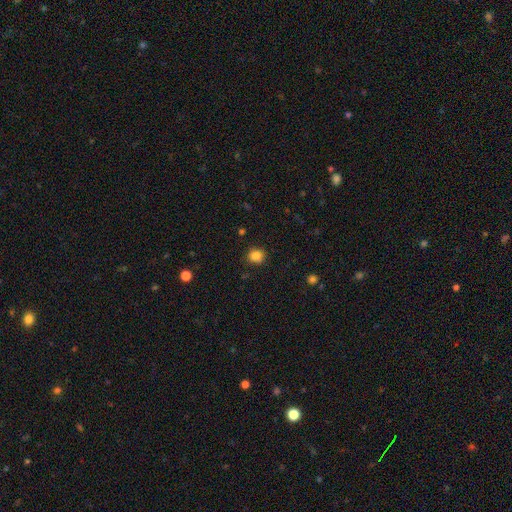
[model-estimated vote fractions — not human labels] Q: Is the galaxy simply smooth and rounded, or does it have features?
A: smooth — 83%.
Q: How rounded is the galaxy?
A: round — 84%.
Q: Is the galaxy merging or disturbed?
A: none — 82%.